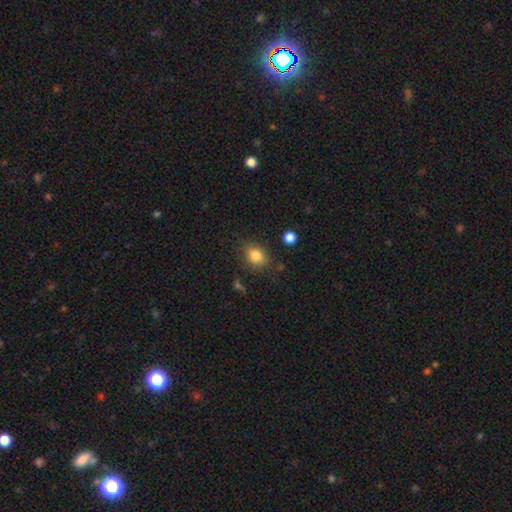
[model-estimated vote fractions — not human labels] A smooth galaxy with no disk features (83%) that is round (52%).

Vote fractions:
- Smooth or featured? smooth: 83% / star or artifact: 11% / featured or disk: 7%
- How rounded? round: 52% / in between: 47% / cigar-shaped: 1%
- Merging? none: 79% / minor disturbance: 14% / major disturbance: 4% / merger: 3%